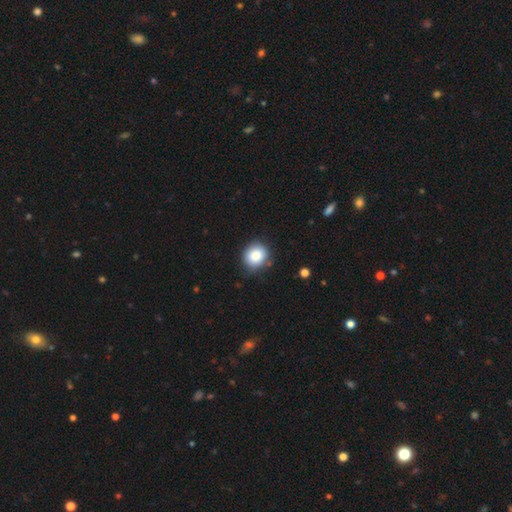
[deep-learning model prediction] smooth_or_featured: smooth (p=0.85) [alt: star or artifact p=0.09]
how_rounded: round (p=0.79) [alt: in between p=0.20]
merging: none (p=0.83) [alt: minor disturbance p=0.12]